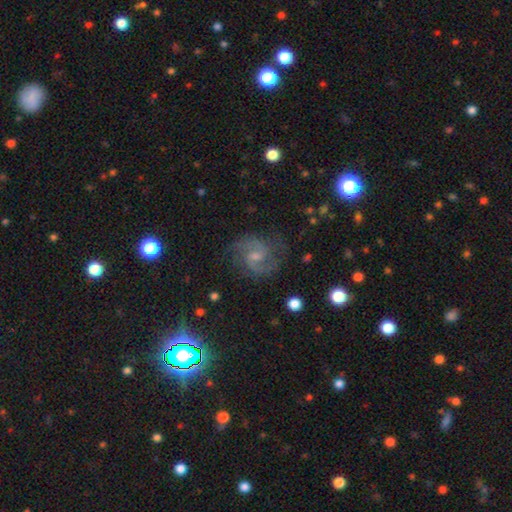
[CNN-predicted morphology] A featured or disk galaxy (84%) with a weak bar (57%), 2 (89%) medium (60%) spiral arms (97%) and a small central bulge (52%). Merging: none (75%).